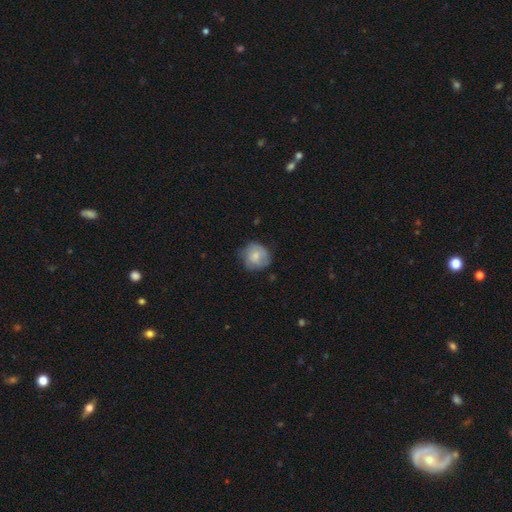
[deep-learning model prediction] Morphology: type=smooth (69%); roundness=round (86%); merging=none (64%).